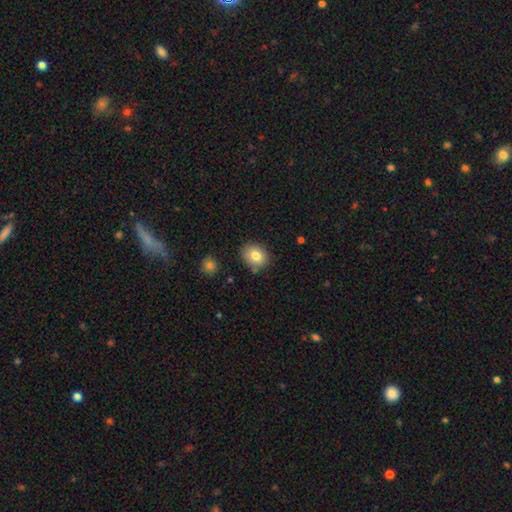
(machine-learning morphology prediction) smooth_or_featured: smooth (p=0.80) [alt: featured or disk p=0.11]
how_rounded: round (p=0.54) [alt: in between p=0.45]
merging: none (p=0.81) [alt: minor disturbance p=0.13]